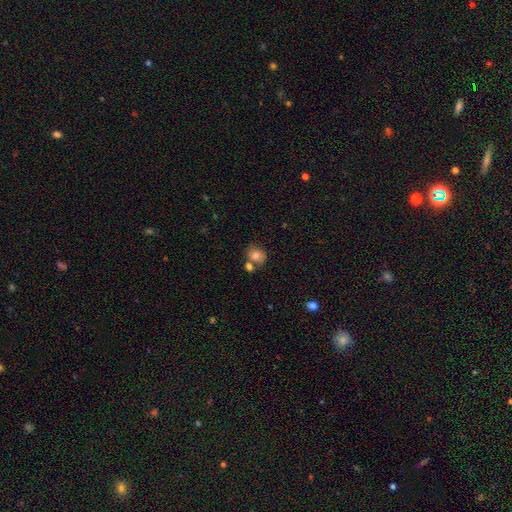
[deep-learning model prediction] smooth 77%, featured or disk 13%, star or artifact 10%. Down the decision tree: how rounded — round (71%); merging — none (56%).